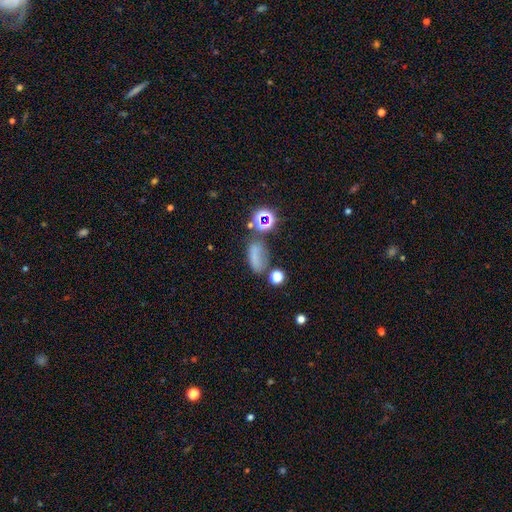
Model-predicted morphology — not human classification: This is possibly a smooth galaxy (59%). How rounded: likely in between (77%). Merging: possibly none (47%).